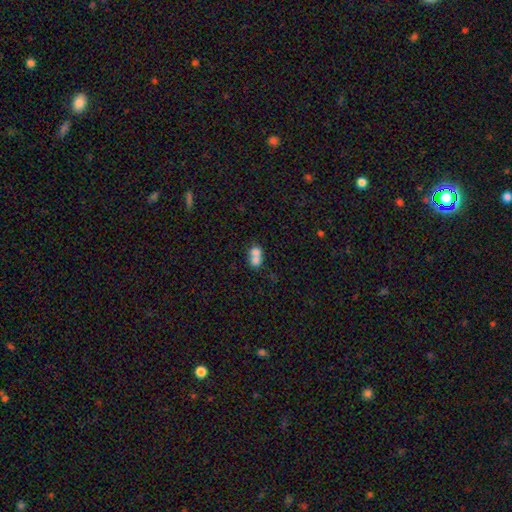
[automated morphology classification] A smooth galaxy with no disk features (70%) that is round (57%). Merging: merger (72%).